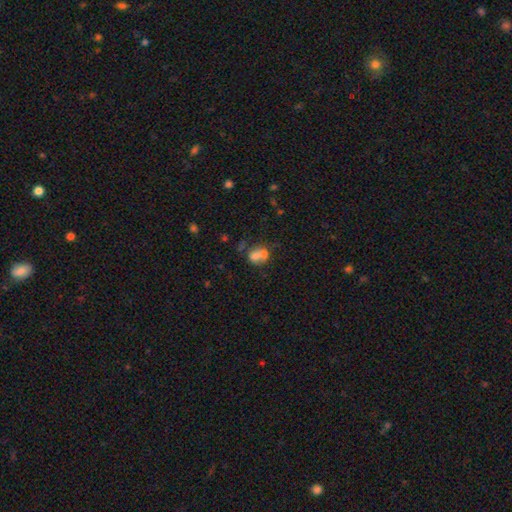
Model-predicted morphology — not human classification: A smooth galaxy with no disk features (66%) that is in between round and cigar-shaped (50%). Merging: merger (62%).